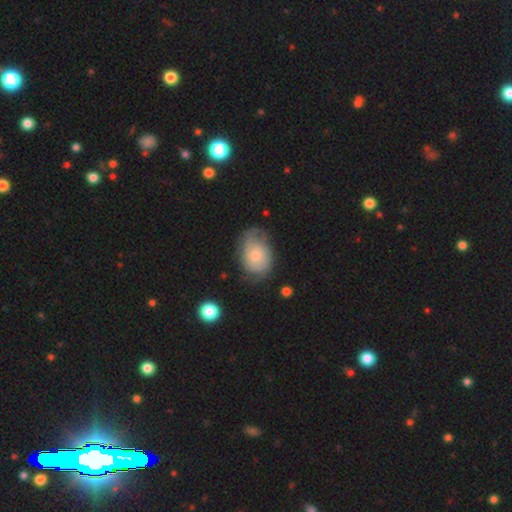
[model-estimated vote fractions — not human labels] Smooth or featured? Predicted: featured or disk (p=0.52). Edge-on disk? Predicted: no (p=0.96). Bar? Predicted: no (p=0.78). Spiral arms? Predicted: yes (p=0.82). Bulge size? Predicted: small (p=0.59). Merging? Predicted: none (p=0.59).